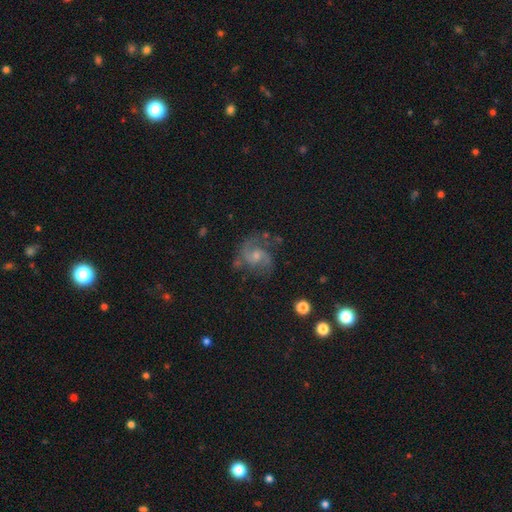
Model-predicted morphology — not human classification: Smooth or featured? featured or disk (81%)
Edge-on disk? no (98%)
Bar? no (55%)
Spiral arms? yes (95%)
Spiral winding? medium (55%)
Spiral arm count? 2 (87%)
Bulge size? small (55%)
Merging? none (63%)